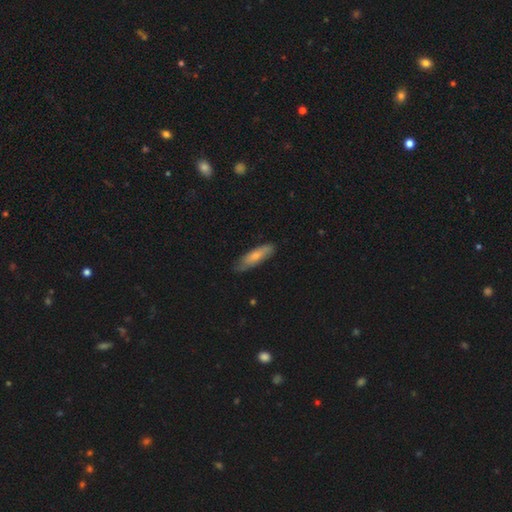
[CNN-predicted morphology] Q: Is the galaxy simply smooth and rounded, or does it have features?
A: smooth — 70%.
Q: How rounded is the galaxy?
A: cigar-shaped — 61%.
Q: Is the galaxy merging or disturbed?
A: none — 77%.